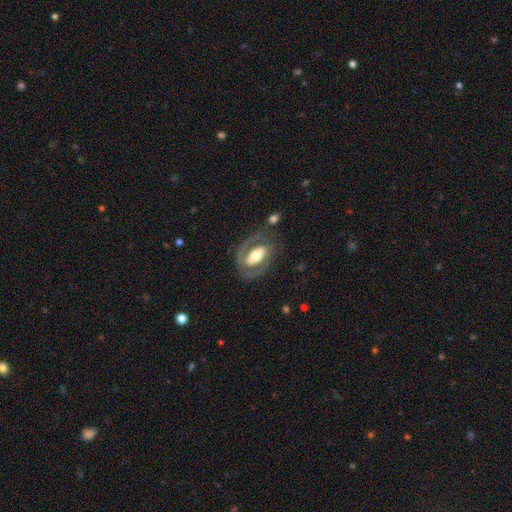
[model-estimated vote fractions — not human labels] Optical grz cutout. It shows a featured or disk galaxy (71%) with a strong bar (41%), spiral arms (61%) and a moderate central bulge (60%). Merging: none (67%).